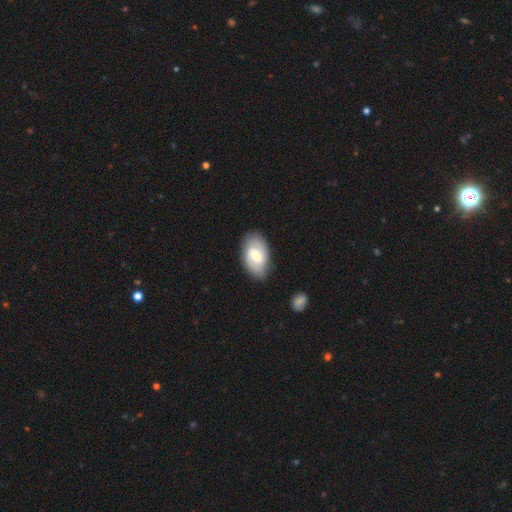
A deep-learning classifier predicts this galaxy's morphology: smooth_or_featured: featured or disk (p=0.59) [alt: smooth p=0.36]
disk_edge_on: no (p=0.95) [alt: yes p=0.05]
bar: weak (p=0.57) [alt: no p=0.26]
has_spiral_arms: yes (p=0.81) [alt: no p=0.19]
bulge_size: moderate (p=0.57) [alt: small p=0.35]
merging: none (p=0.82) [alt: minor disturbance p=0.13]